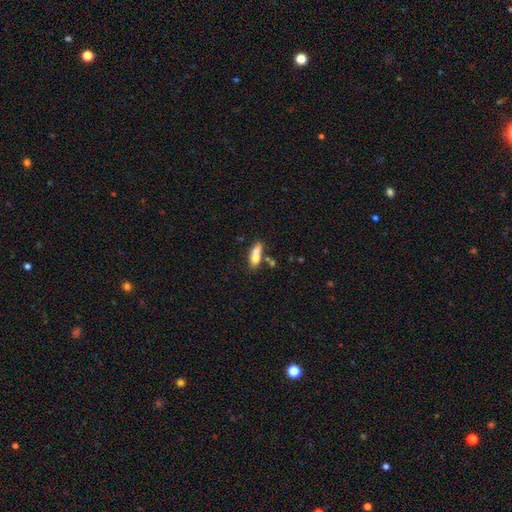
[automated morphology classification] Smooth or featured?
  - smooth: 69% *
  - featured or disk: 23%
  - star or artifact: 9%
How rounded?
  - in between: 68% *
  - cigar-shaped: 23%
  - round: 8%
Merging?
  - merger: 47% *
  - none: 34%
  - minor disturbance: 13%
  - major disturbance: 6%